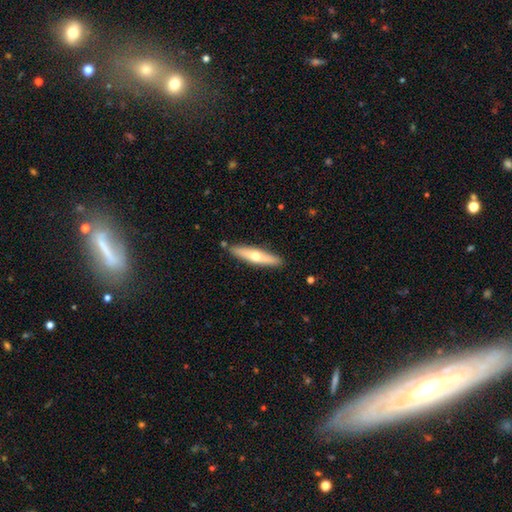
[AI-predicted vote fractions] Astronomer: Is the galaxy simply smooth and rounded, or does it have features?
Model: featured or disk — 50% (runner-up: smooth, 45%).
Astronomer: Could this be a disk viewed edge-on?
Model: yes — 91%.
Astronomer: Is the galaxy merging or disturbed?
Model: none — 87%.